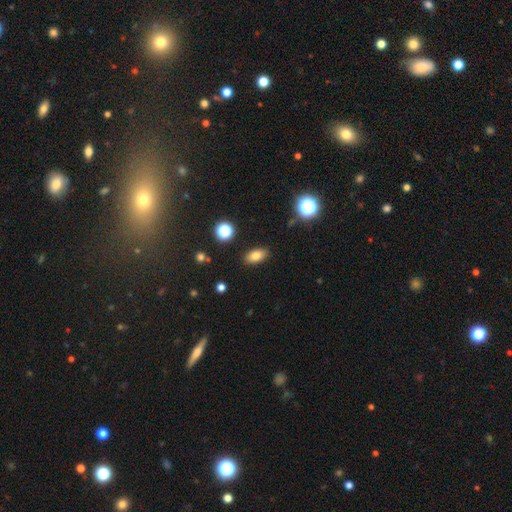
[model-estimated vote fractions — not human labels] Morphology: type=smooth (79%); roundness=in between (86%); merging=none (88%).